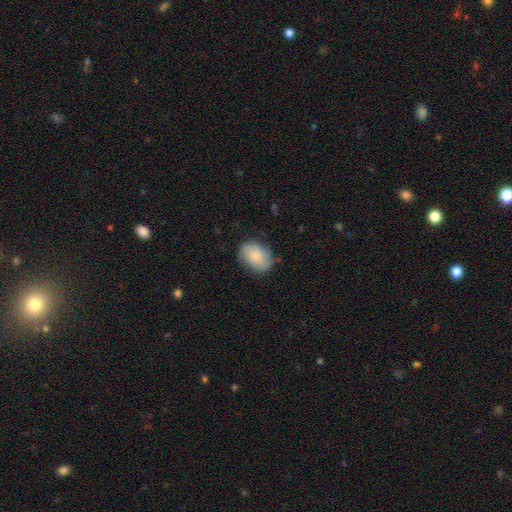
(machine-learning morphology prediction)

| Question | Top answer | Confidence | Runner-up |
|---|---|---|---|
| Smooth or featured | smooth | 76% | featured or disk (17%) |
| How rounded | in between | 74% | round (25%) |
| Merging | none | 76% | minor disturbance (18%) |